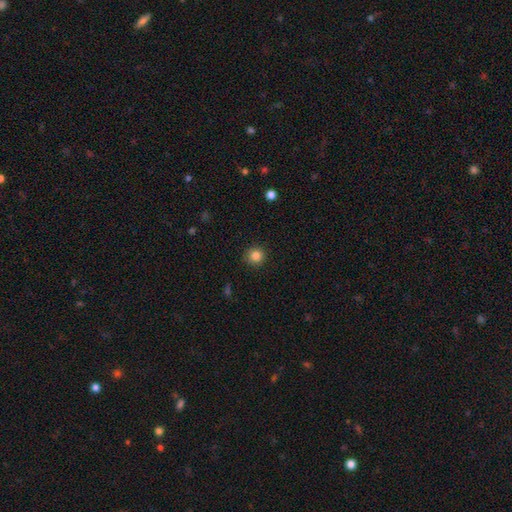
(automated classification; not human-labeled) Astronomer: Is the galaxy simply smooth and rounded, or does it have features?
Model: smooth — 85%.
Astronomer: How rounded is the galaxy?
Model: round — 93%.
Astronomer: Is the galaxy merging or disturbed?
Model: none — 91%.